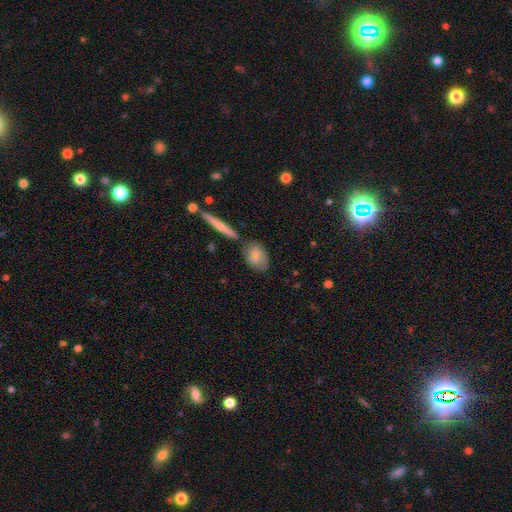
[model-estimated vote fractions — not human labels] A smooth galaxy with no disk features (71%) that is in between round and cigar-shaped (74%). Merging: none (63%).